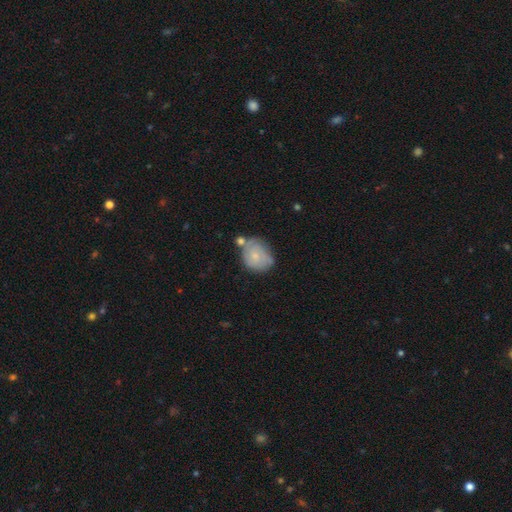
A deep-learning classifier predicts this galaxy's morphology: This appears to be a smooth galaxy with no disk features (63%) that is round (53%). Merging: none (45%).